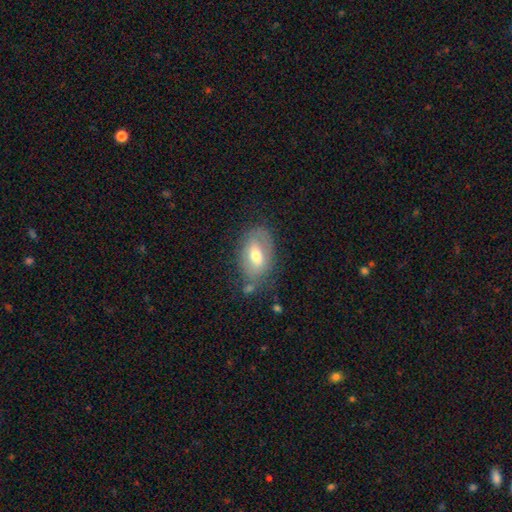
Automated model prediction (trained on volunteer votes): Smooth or featured: smooth — 54% (featured or disk — 38%)
How rounded: in between — 89% (round — 9%)
Merging: none — 64% (minor disturbance — 22%)